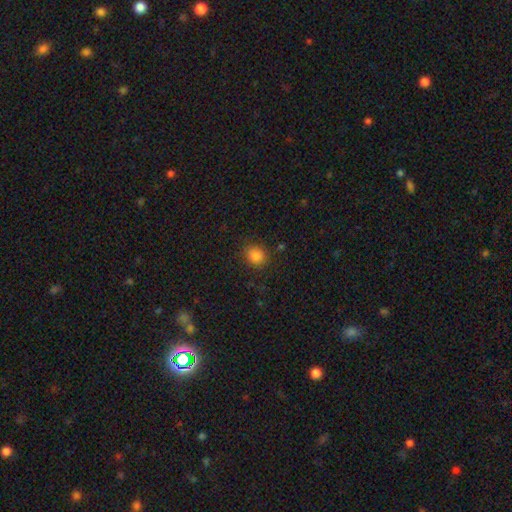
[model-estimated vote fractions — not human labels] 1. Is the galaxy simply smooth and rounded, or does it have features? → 84% smooth, 11% star or artifact, 5% featured or disk.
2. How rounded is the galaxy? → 77% round, 22% in between, 1% cigar-shaped.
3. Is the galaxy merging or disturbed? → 85% none, 10% minor disturbance, 3% major disturbance, 2% merger.